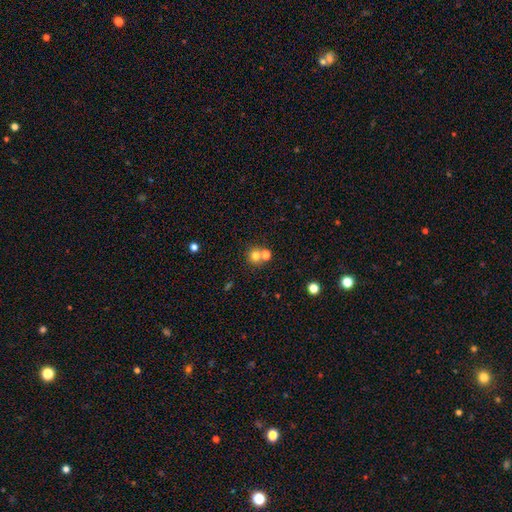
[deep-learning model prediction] This is likely a smooth galaxy (74%). How rounded: clearly round (88%). Merging: possibly none (54%).